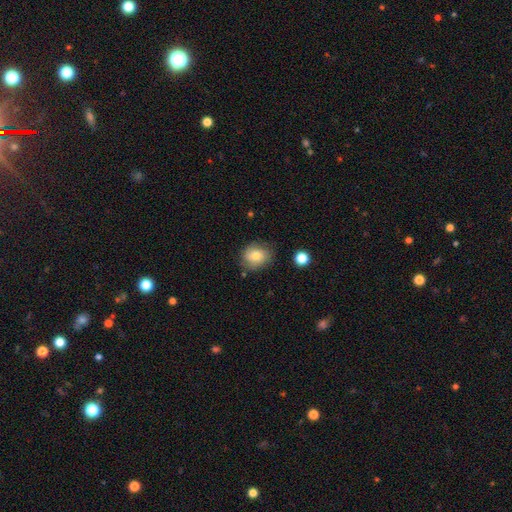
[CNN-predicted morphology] Overall: smooth (75%). How rounded: round (67%; in between 32%). Merging: none (75%).